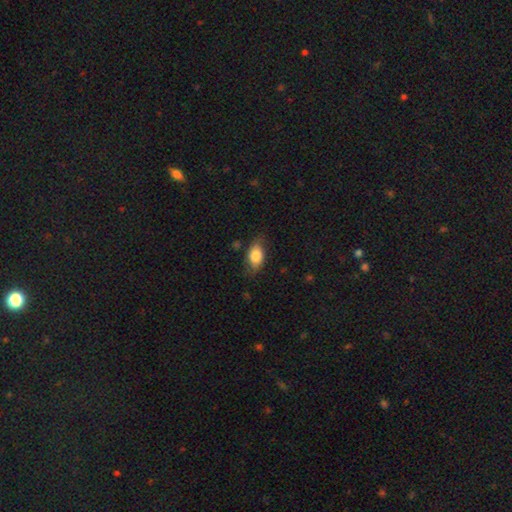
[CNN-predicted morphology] type=smooth (78%); roundness=in between (88%); merging=none (74%).